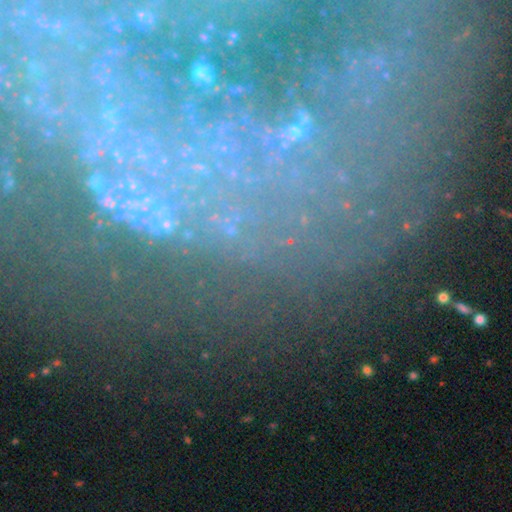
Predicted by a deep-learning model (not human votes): A star or artifact, not a galaxy (57%).